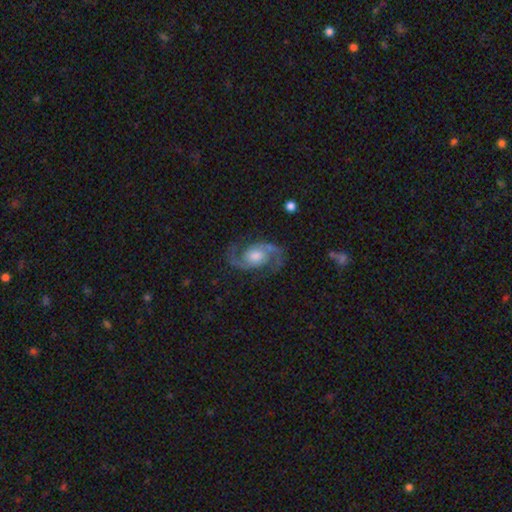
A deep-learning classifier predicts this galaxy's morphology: Smooth or featured: featured or disk — 91% (star or artifact — 4%)
Edge-on disk: no — 98% (yes — 2%)
Bar: no — 62% (weak — 30%)
Spiral arms: yes — 98% (no — 2%)
Spiral winding: medium — 61% (loose — 24%)
Spiral arm count: 2 — 95% (can't tell — 1%)
Bulge size: moderate — 50% (large — 30%)
Merging: none — 83% (minor disturbance — 11%)